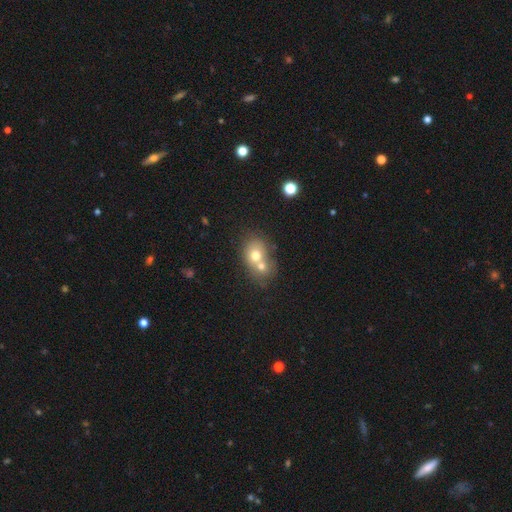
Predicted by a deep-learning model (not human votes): Q: Smooth or featured?
A: smooth (67%); runner-up: featured or disk (23%)
Q: How rounded?
A: round (57%); runner-up: in between (42%)
Q: Merging?
A: merger (69%); runner-up: none (22%)